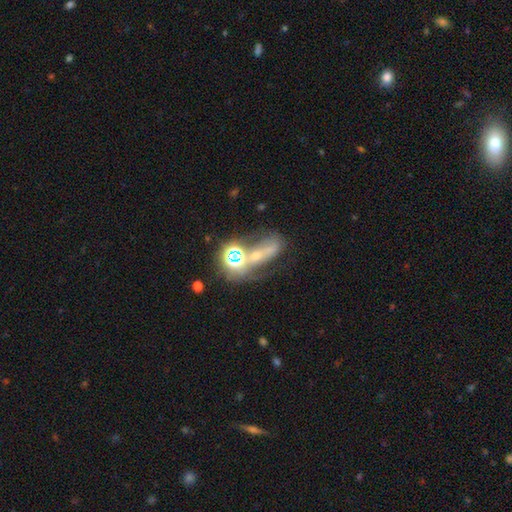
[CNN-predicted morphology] Smooth or featured: star or artifact — 36% (tied with featured or disk — 36%)